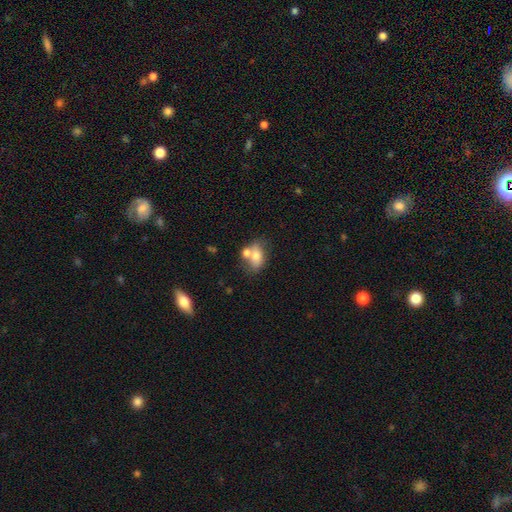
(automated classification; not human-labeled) Q: Smooth or featured?
A: smooth (69%); runner-up: featured or disk (22%)
Q: How rounded?
A: in between (80%); runner-up: round (17%)
Q: Merging?
A: merger (43%); runner-up: none (37%)